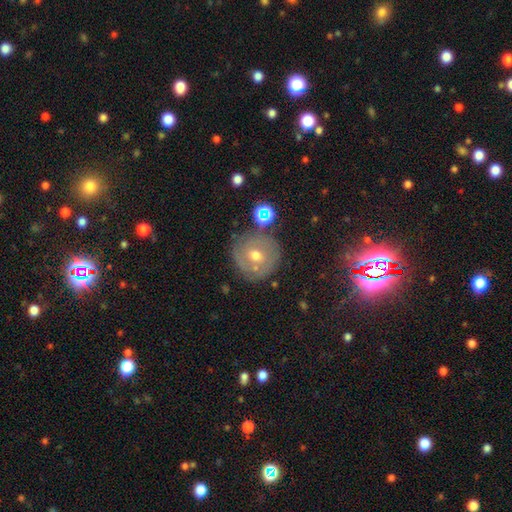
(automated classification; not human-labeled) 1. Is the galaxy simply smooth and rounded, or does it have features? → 47% featured or disk, 39% smooth, 15% star or artifact.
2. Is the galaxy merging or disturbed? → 76% none, 14% minor disturbance, 5% major disturbance, 5% merger.